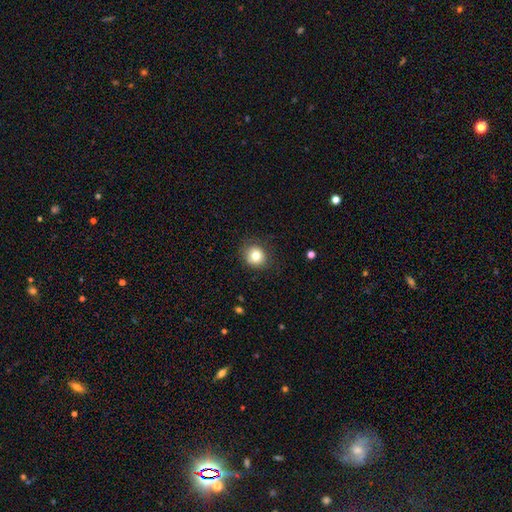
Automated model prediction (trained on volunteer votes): Smooth or featured? Predicted: smooth (p=0.78). How rounded? Predicted: round (p=0.87). Merging? Predicted: none (p=0.83).